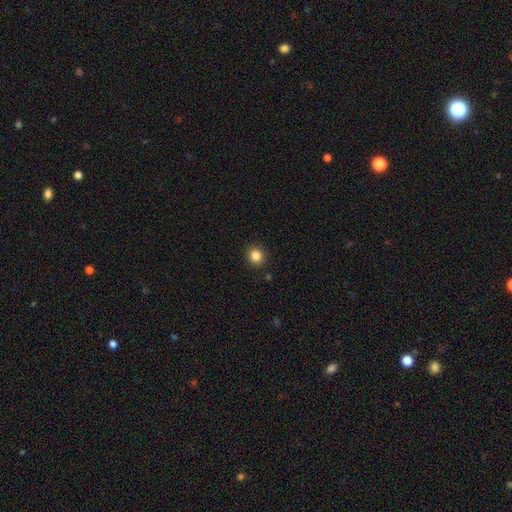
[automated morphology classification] Smooth or featured? Predicted: smooth (p=0.85). How rounded? Predicted: round (p=0.85). Merging? Predicted: none (p=0.91).